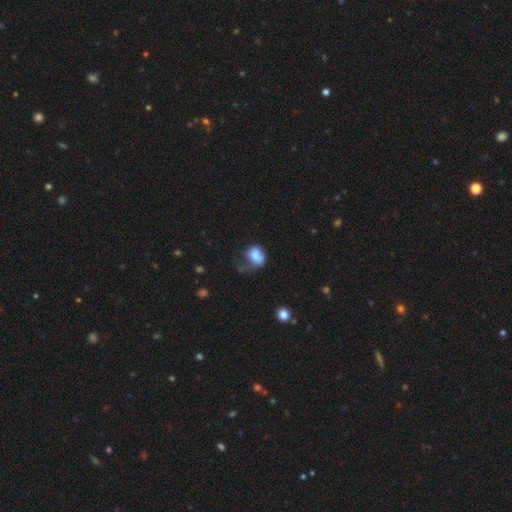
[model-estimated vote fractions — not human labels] The model was most divided on "how rounded": in between: 59%, round: 40%, cigar-shaped: 1%. Remaining: smooth or featured — smooth (74%); merging — major disturbance (48%).